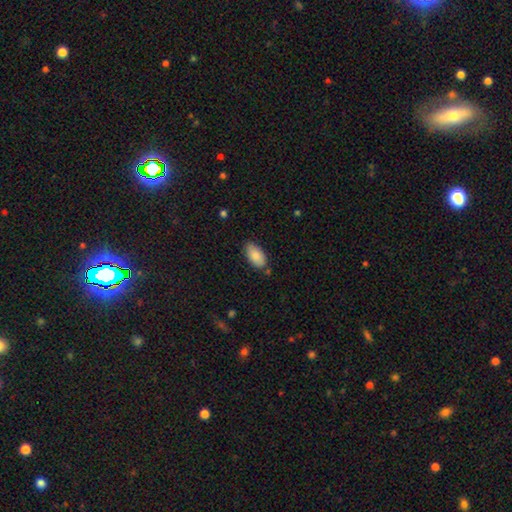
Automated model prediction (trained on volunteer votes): Q: Smooth or featured?
A: smooth (86%); runner-up: featured or disk (7%)
Q: How rounded?
A: in between (95%); runner-up: round (3%)
Q: Merging?
A: none (78%); runner-up: minor disturbance (17%)